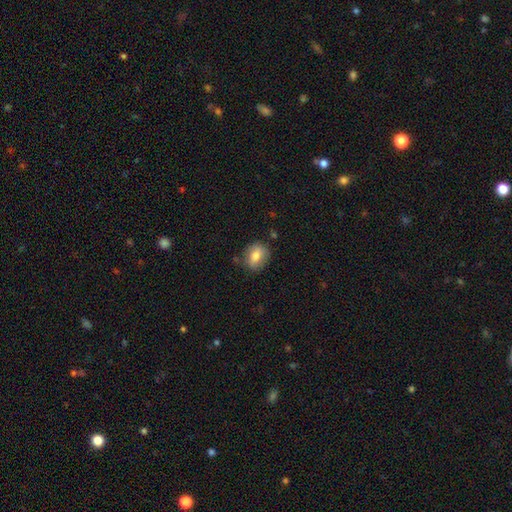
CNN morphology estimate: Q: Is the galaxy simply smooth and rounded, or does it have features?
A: smooth — 75%.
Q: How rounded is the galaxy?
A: round — 54%.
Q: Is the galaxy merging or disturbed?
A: none — 78%.